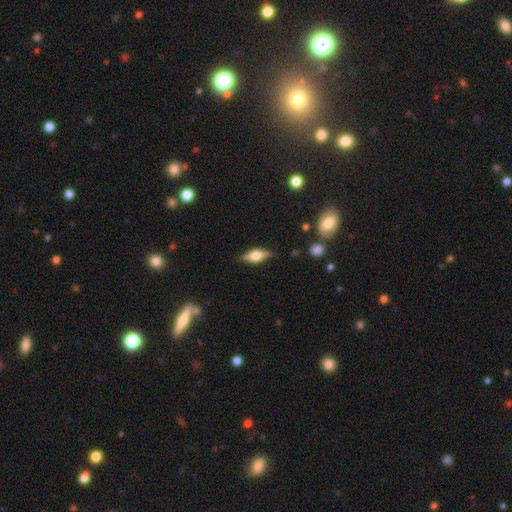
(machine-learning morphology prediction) type=featured or disk (48%); merging=none (83%).